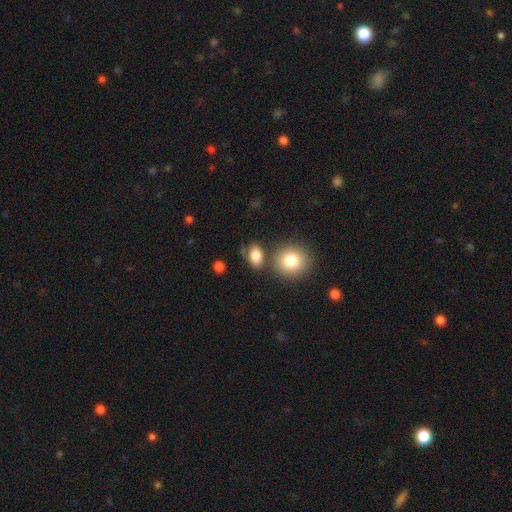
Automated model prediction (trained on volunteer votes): Smooth or featured? Predicted: smooth (p=0.83). How rounded? Predicted: in between (p=0.78). Merging? Predicted: none (p=0.68).